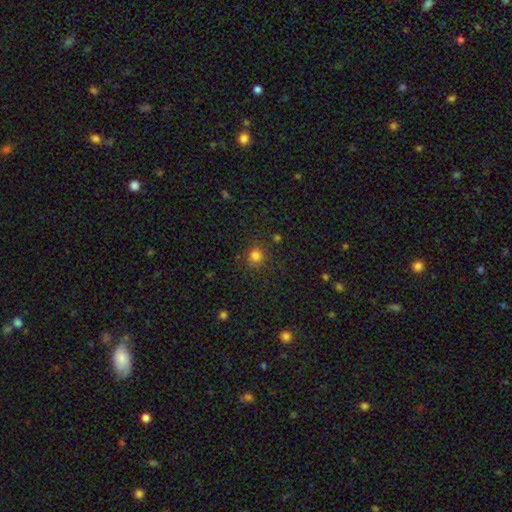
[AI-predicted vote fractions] The model was most divided on "smooth or featured": smooth: 80%, star or artifact: 15%, featured or disk: 5%. More confident: how rounded — round (90%); merging — none (83%).